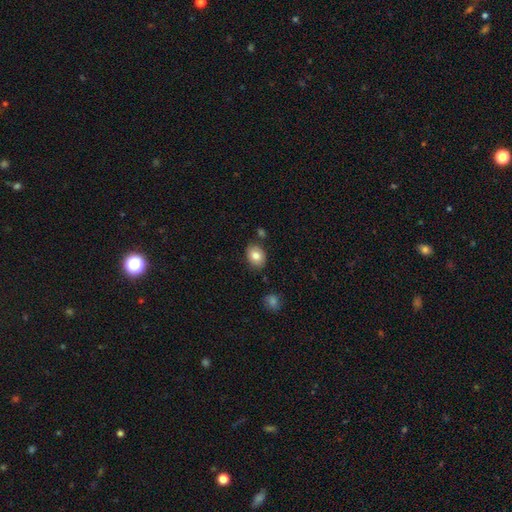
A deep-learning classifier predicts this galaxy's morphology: Smooth or featured: smooth — 81% (featured or disk — 11%)
How rounded: in between — 69% (round — 30%)
Merging: none — 81% (minor disturbance — 12%)